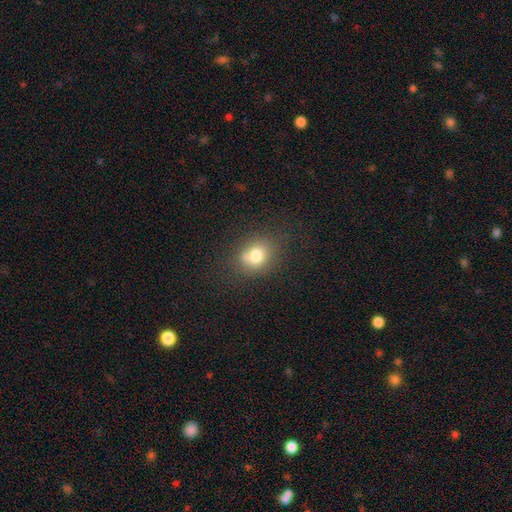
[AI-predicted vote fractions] Smooth or featured? smooth (76%)
How rounded? round (54%)
Merging? none (64%)